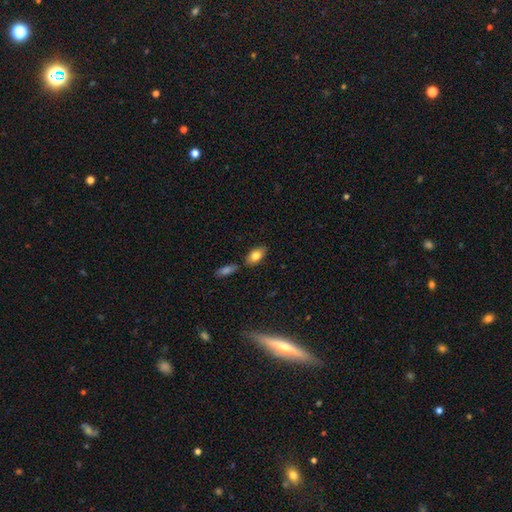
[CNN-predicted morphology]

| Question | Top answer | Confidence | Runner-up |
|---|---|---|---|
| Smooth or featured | smooth | 79% | featured or disk (13%) |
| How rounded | in between | 90% | cigar-shaped (5%) |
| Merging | none | 76% | minor disturbance (12%) |